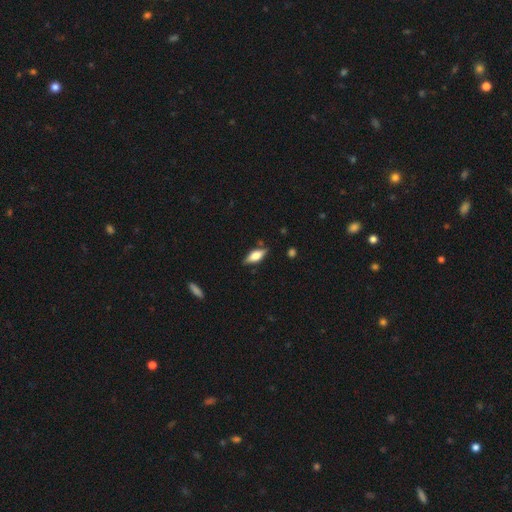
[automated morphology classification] Overall: smooth (49%; featured or disk 43%). Merging: none (83%).